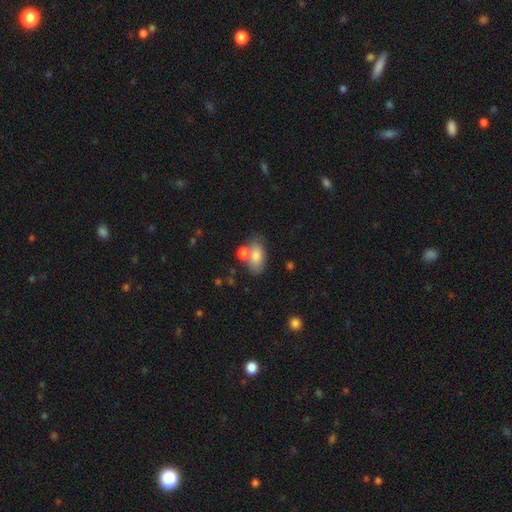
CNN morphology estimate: Smooth or featured? smooth (79%)
How rounded? in between (89%)
Merging? none (51%)